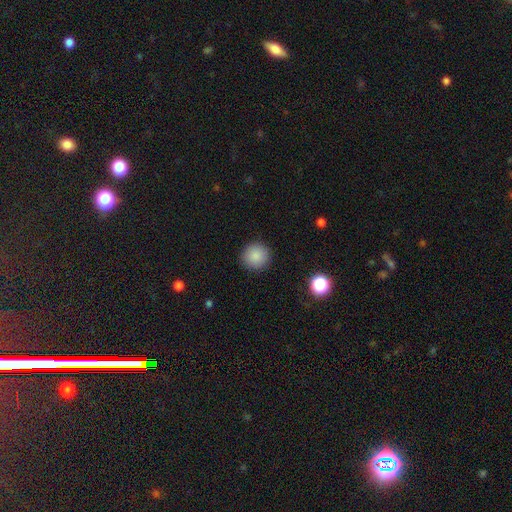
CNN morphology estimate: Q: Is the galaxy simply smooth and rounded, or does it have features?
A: smooth — 86%.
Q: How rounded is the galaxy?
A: round — 94%.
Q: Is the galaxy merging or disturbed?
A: none — 91%.